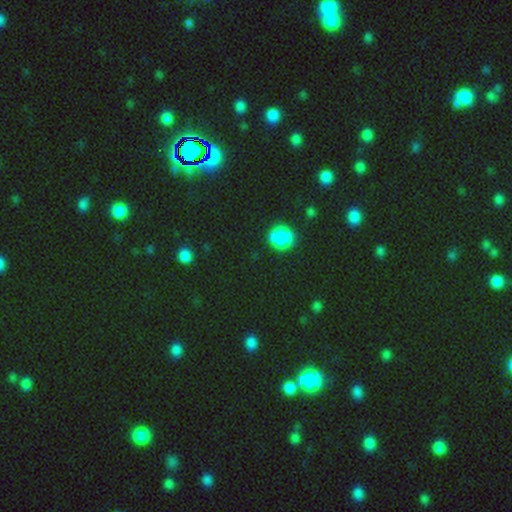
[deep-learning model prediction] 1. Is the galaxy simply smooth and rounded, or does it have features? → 62% star or artifact, 32% smooth, 6% featured or disk.